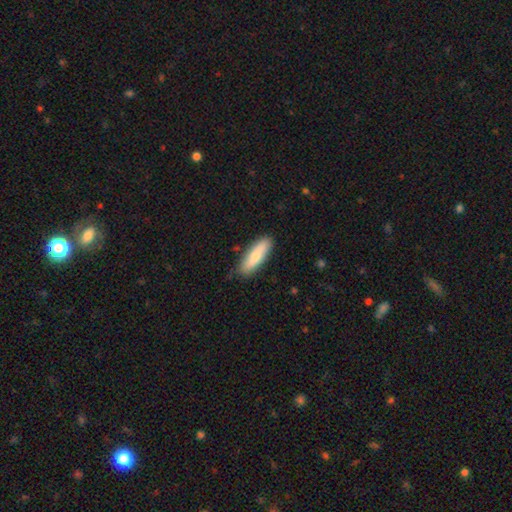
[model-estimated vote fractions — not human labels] smooth 78%, featured or disk 17%, star or artifact 5%. Down the decision tree: how rounded — cigar-shaped (52%); merging — none (83%).